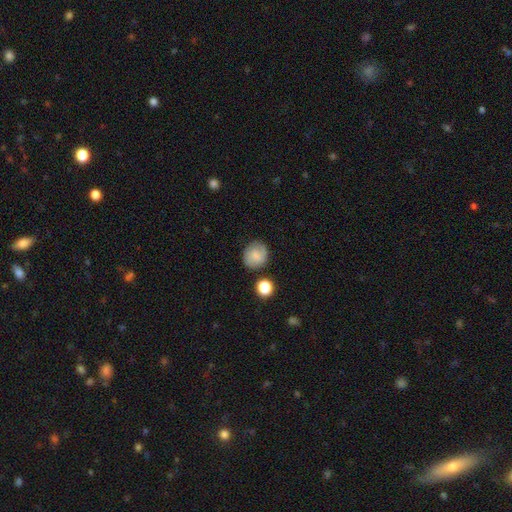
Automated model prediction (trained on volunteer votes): Smooth or featured: smooth — 69% (featured or disk — 21%)
How rounded: round — 81% (in between — 18%)
Merging: none — 78% (minor disturbance — 13%)